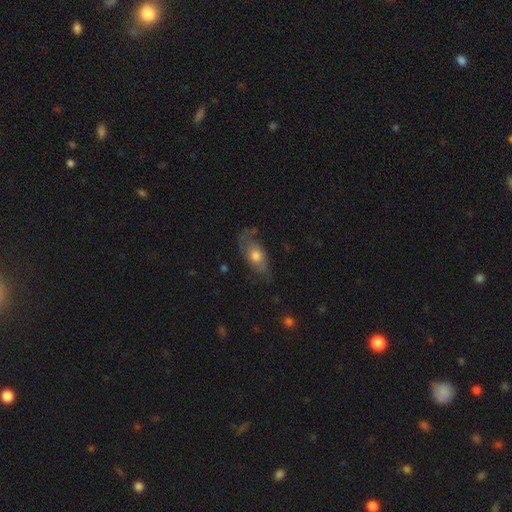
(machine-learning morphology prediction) A smooth galaxy with no disk features (48%). Merging: none (57%).